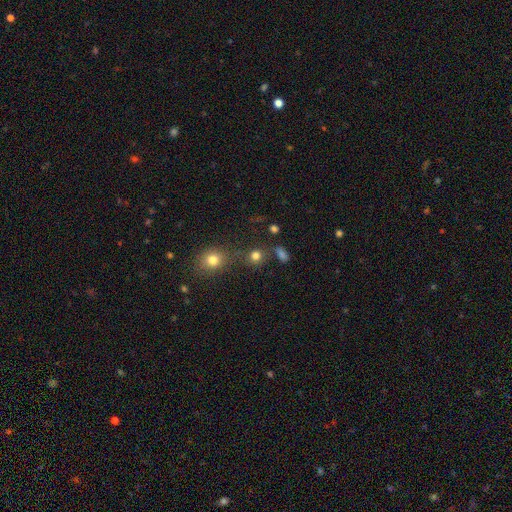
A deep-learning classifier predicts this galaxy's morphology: The model was most divided on "merging": none: 69%, merger: 15%, minor disturbance: 11%, major disturbance: 5%. More confident: how rounded — round (83%); smooth or featured — smooth (78%).